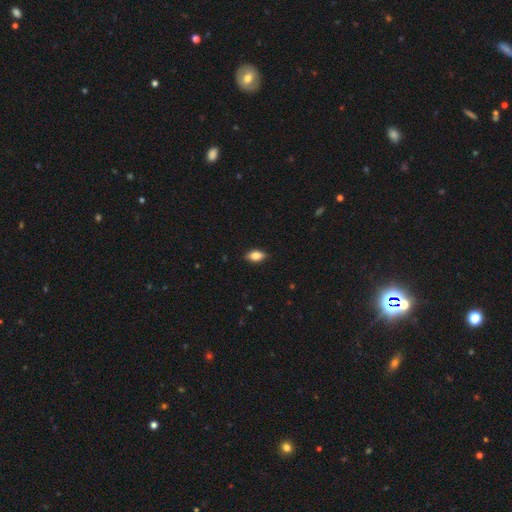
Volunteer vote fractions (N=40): Overall: smooth (60%; featured or disk 30%). How rounded: in between (71%). Merging: none (83%).